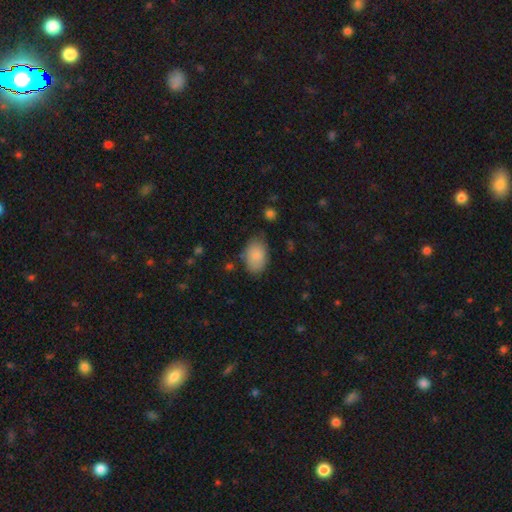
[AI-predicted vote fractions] A smooth galaxy with no disk features (86%) that is in between round and cigar-shaped (88%). Merging: none (77%).